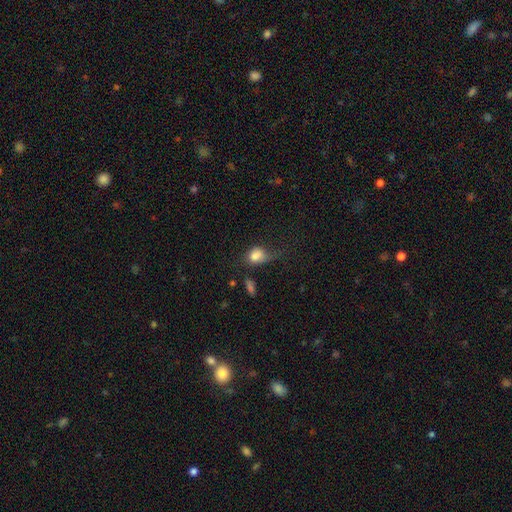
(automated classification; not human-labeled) This appears to be a smooth galaxy with no disk features (78%) that is in between round and cigar-shaped (57%). Merging: major disturbance (33%).